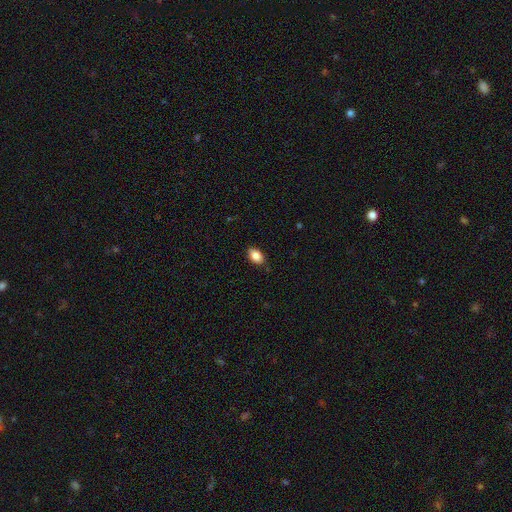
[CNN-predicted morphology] Smooth or featured? smooth (86%)
How rounded? in between (90%)
Merging? none (87%)